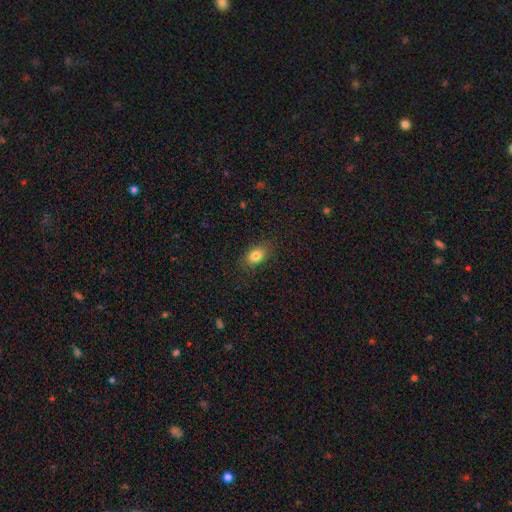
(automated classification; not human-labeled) smooth_or_featured: smooth (p=0.83) [alt: star or artifact p=0.09]
how_rounded: in between (p=0.83) [alt: round p=0.15]
merging: none (p=0.85) [alt: minor disturbance p=0.11]